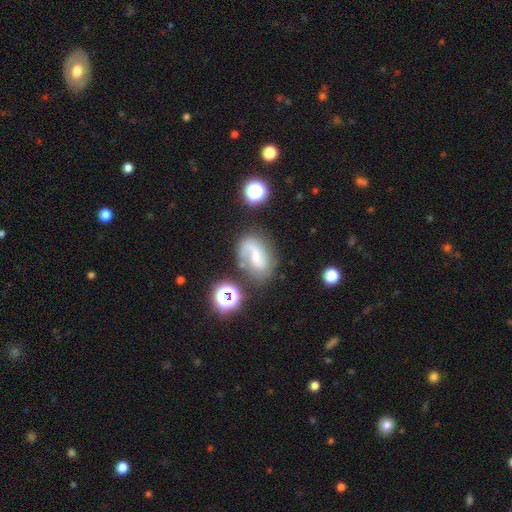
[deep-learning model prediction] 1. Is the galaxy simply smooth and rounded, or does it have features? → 64% featured or disk, 23% smooth, 12% star or artifact.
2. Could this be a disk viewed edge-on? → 97% no, 3% yes.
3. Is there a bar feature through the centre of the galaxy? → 47% weak, 35% no, 18% strong.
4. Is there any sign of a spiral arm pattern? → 90% yes, 10% no.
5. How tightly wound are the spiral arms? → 43% loose, 39% medium, 17% tight.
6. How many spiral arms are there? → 45% 2, 44% 1, 8% can't tell, 1% 3, 1% 4, 1% more than 4.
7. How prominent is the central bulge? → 34% small, 31% none, 24% moderate, 8% large, 3% dominant.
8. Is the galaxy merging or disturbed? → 55% none, 22% minor disturbance, 15% major disturbance, 8% merger.